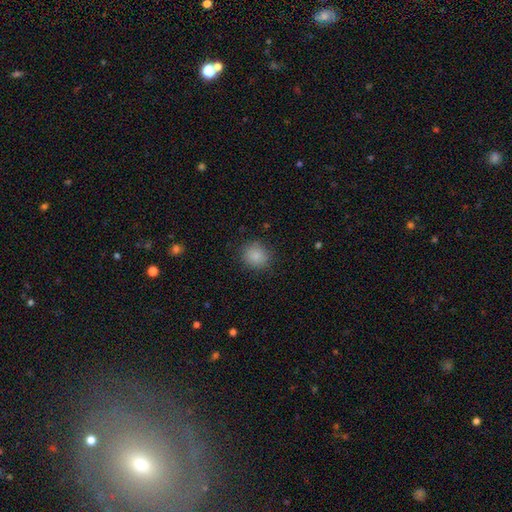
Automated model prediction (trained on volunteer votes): This appears to be a smooth galaxy with no disk features (87%) that is round (81%). Merging: none (86%).